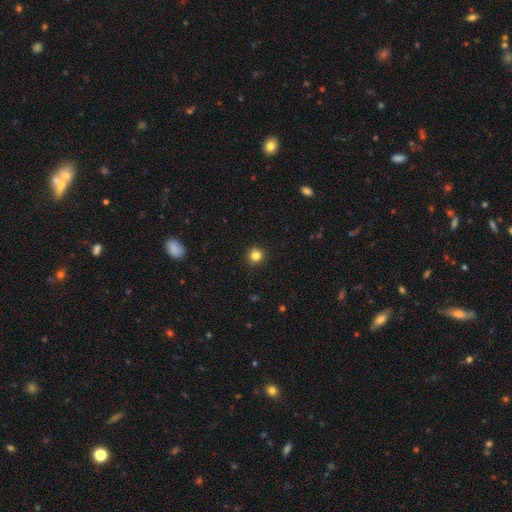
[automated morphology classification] This appears to be a smooth galaxy with no disk features (82%) that is round (94%). Merging: none (91%).